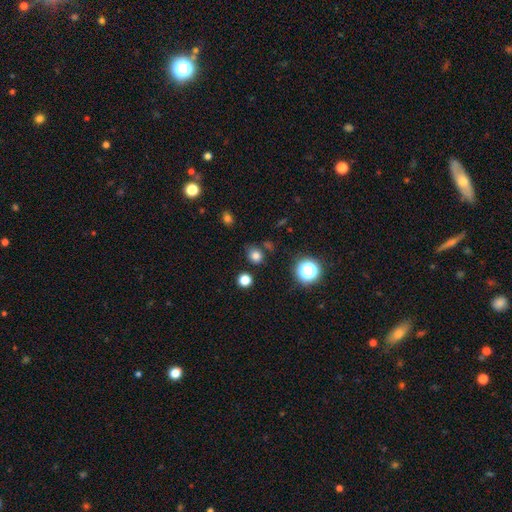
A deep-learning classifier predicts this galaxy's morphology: Overall: smooth (77%). How rounded: round (71%). Merging: none (78%).